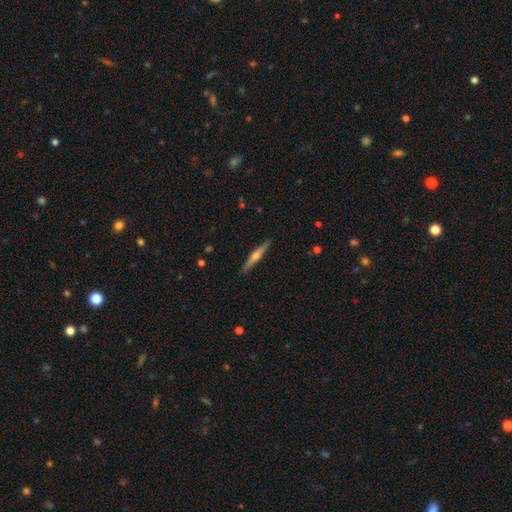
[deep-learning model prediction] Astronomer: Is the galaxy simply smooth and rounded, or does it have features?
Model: featured or disk — 64%.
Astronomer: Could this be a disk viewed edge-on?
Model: yes — 97%.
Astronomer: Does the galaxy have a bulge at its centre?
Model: rounded — 86%.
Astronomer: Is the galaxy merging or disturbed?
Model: none — 91%.